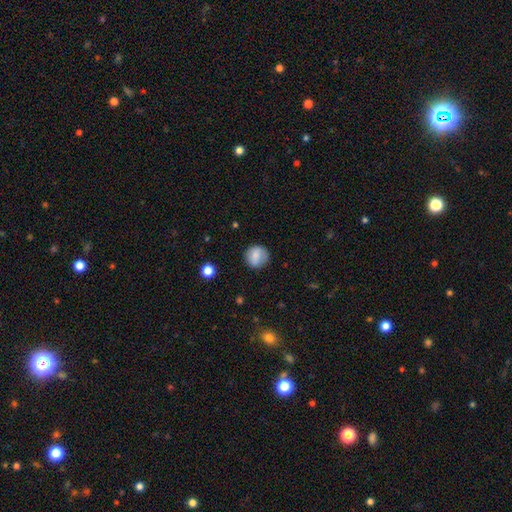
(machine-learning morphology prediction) Smooth or featured?
  - smooth: 81% *
  - featured or disk: 10%
  - star or artifact: 8%
How rounded?
  - round: 87% *
  - in between: 12%
  - cigar-shaped: 1%
Merging?
  - none: 80% *
  - minor disturbance: 15%
  - major disturbance: 4%
  - merger: 1%